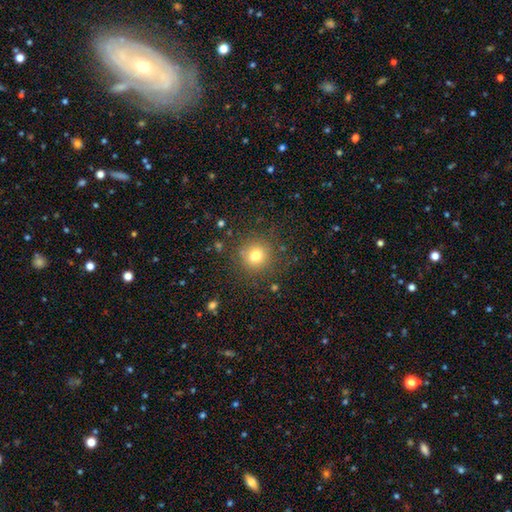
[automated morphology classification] This is likely a smooth galaxy (76%). How rounded: clearly round (94%). Merging: clearly none (85%).